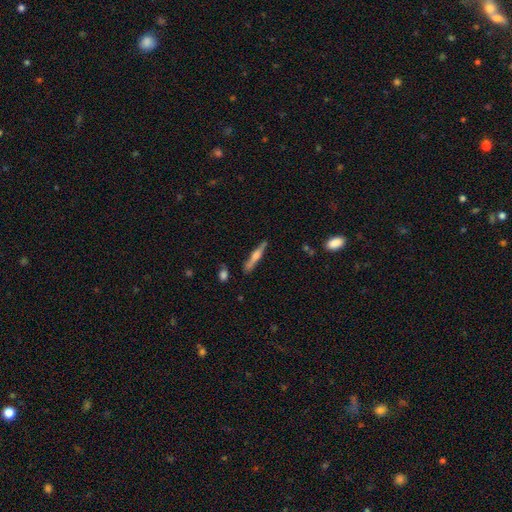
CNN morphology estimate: Smooth or featured? featured or disk (59%)
Edge-on disk? yes (96%)
Edge-on bulge? rounded (75%)
Merging? none (85%)